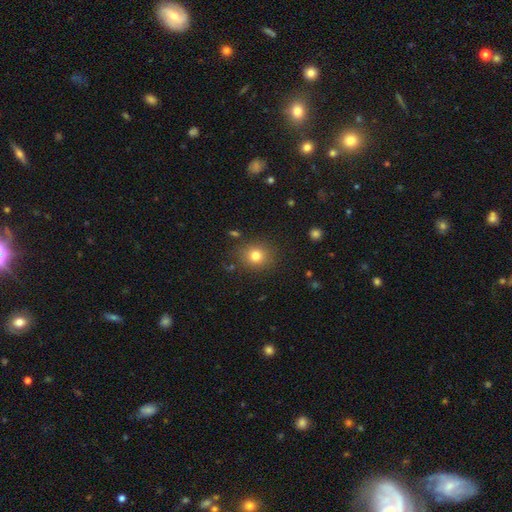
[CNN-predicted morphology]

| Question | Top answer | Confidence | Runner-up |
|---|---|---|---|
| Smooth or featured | smooth | 79% | star or artifact (13%) |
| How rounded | round | 79% | in between (20%) |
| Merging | none | 86% | minor disturbance (9%) |